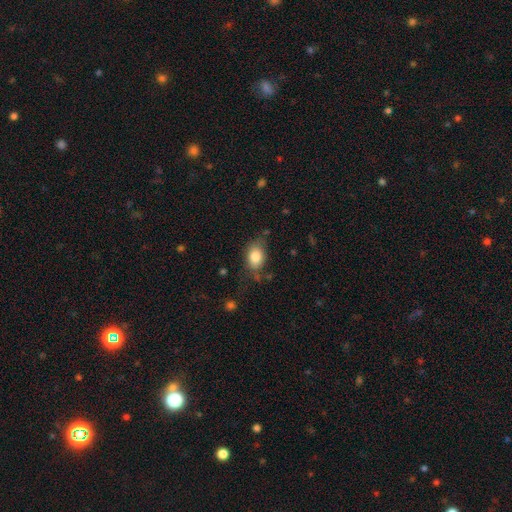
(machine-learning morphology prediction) This is clearly a smooth galaxy (83%). How rounded: clearly in between (81%). Merging: likely none (64%).